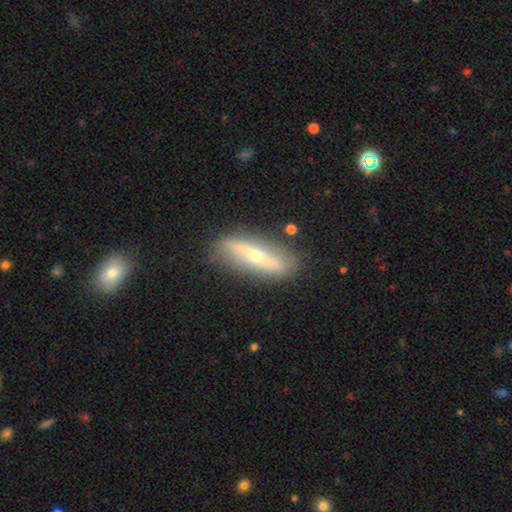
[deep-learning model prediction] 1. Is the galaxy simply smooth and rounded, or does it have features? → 64% featured or disk, 30% smooth, 7% star or artifact.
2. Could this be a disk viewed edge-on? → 55% yes, 45% no.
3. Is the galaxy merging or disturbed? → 83% none, 12% minor disturbance, 3% major disturbance, 2% merger.